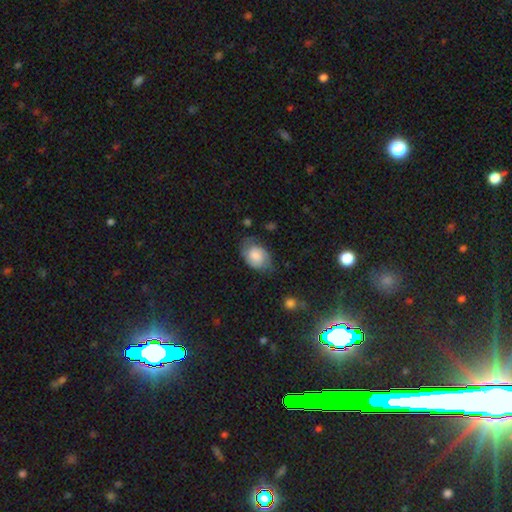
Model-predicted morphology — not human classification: This appears to be a smooth galaxy with no disk features (54%) that is in between round and cigar-shaped (79%). Merging: none (55%).